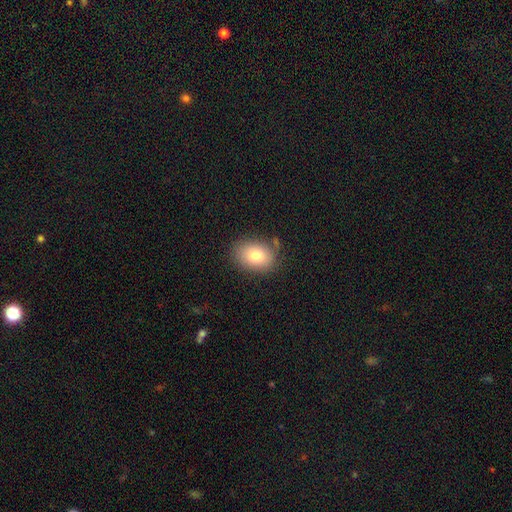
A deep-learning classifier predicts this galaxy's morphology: The model was most divided on "how rounded": in between: 71%, round: 28%, cigar-shaped: 1%. More confident: smooth or featured — smooth (79%); merging — none (77%).